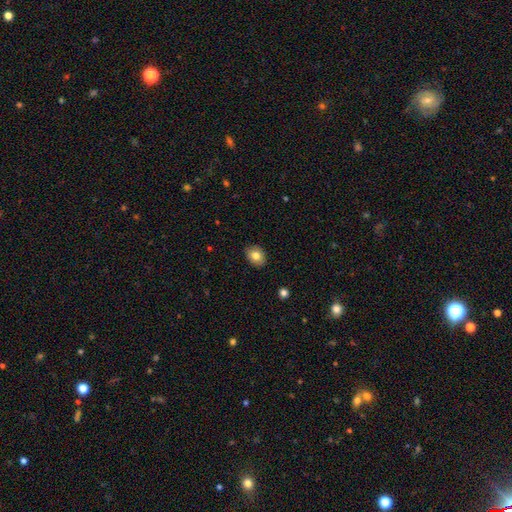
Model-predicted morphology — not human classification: Smooth or featured? Predicted: smooth (p=0.81). How rounded? Predicted: in between (p=0.61). Merging? Predicted: none (p=0.89).